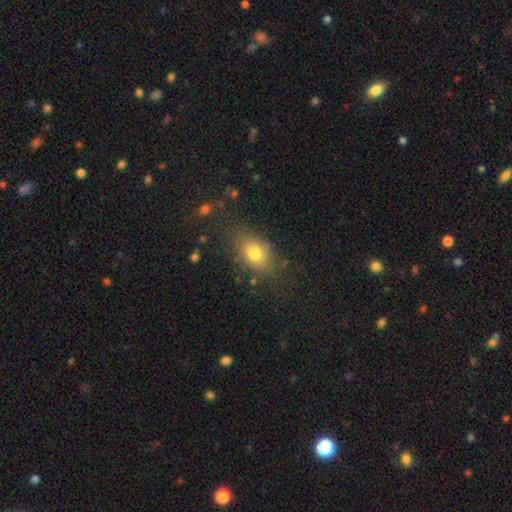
Volunteers were most divided on "merging": none: 63%, minor disturbance: 20%, major disturbance: 14%, merger: 3%. More confident: how rounded — in between (96%); smooth or featured — smooth (69%).